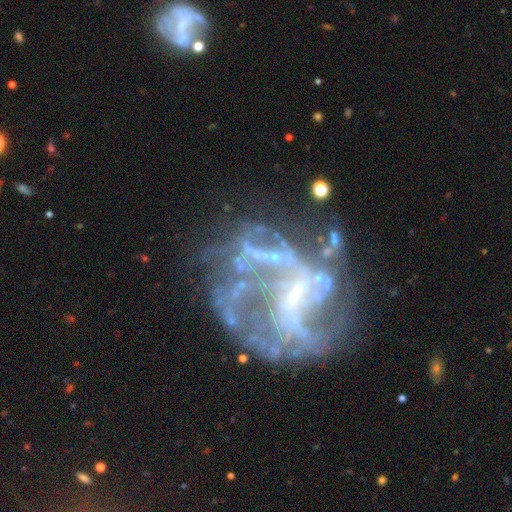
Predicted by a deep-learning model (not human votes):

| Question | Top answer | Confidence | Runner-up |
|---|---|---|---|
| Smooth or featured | featured or disk | 79% | star or artifact (14%) |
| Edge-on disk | no | 98% | yes (2%) |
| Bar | no | 40% | weak (36%) |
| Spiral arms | yes | 56% | no (44%) |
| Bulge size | none | 44% | small (42%) |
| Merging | major disturbance | 39% | none (36%) |